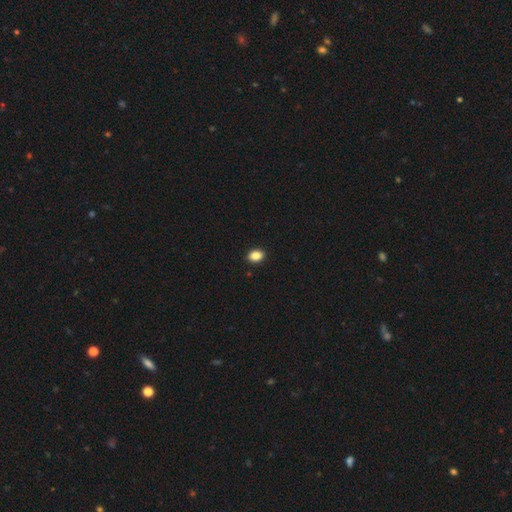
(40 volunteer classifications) Smooth or featured? smooth (92%)
How rounded? in between (54%)
Merging? none (95%)